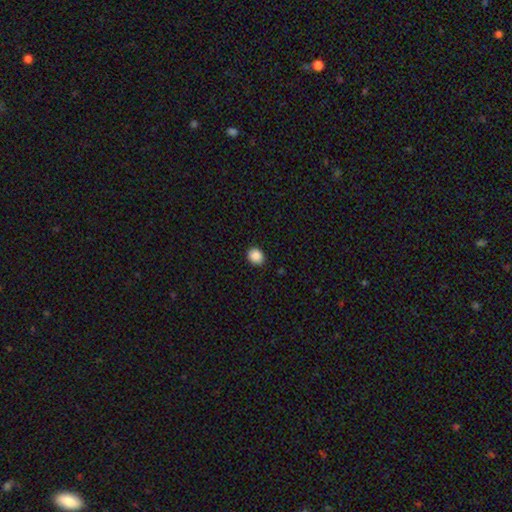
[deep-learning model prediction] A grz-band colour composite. It shows a smooth galaxy with no disk features (88%) that is round (60%). Merging: none (89%).